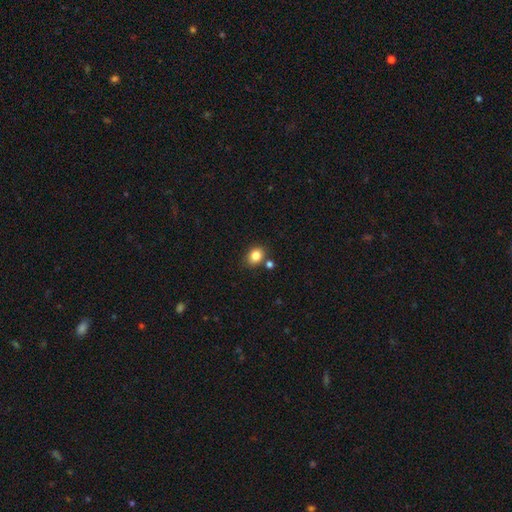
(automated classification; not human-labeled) Smooth or featured: smooth — 84% (star or artifact — 10%)
How rounded: in between — 55% (round — 44%)
Merging: none — 75% (minor disturbance — 12%)